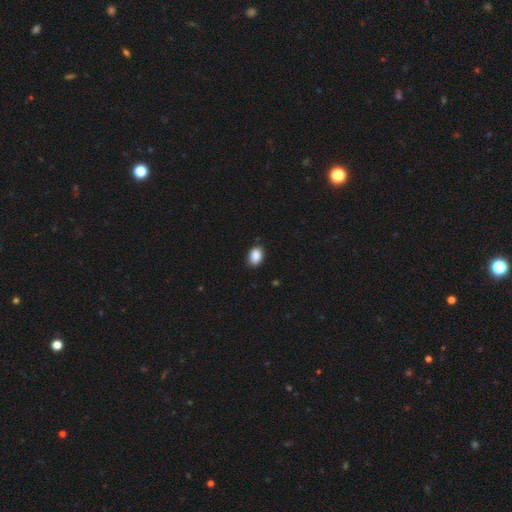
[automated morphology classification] This is clearly a smooth galaxy (89%). How rounded: likely in between (79%). Merging: clearly none (86%).